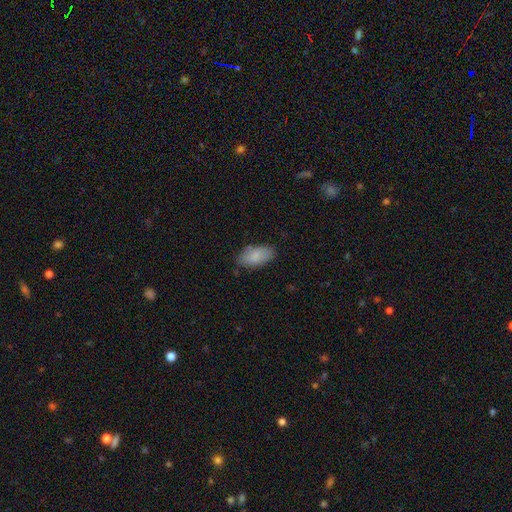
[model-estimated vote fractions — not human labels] smooth 86%, featured or disk 8%, star or artifact 6%. Down the decision tree: how rounded — in between (93%); merging — none (79%).